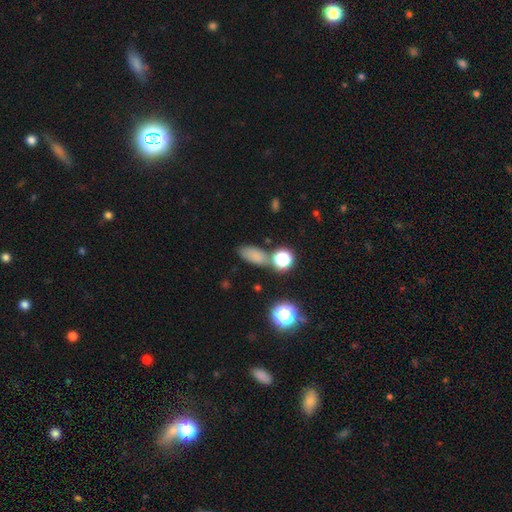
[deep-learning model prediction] A smooth galaxy with no disk features (75%) that is in between round and cigar-shaped (80%).

Vote fractions:
- Smooth or featured? smooth: 75% / star or artifact: 17% / featured or disk: 7%
- How rounded? in between: 80% / round: 12% / cigar-shaped: 8%
- Merging? none: 66% / minor disturbance: 15% / merger: 14% / major disturbance: 5%